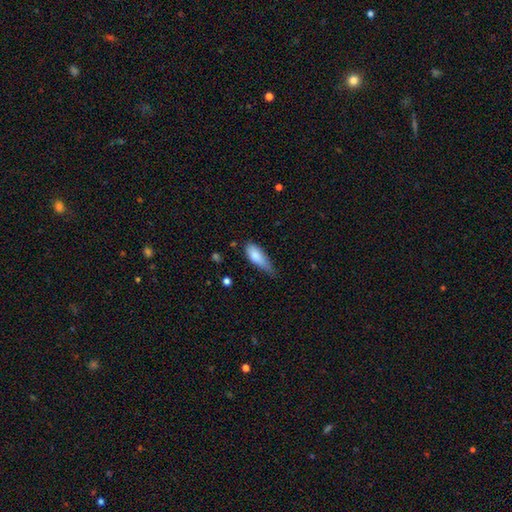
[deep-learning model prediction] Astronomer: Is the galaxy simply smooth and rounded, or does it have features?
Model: smooth — 84%.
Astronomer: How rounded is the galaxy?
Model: in between — 72%.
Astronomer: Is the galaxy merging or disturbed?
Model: minor disturbance — 52% (runner-up: none, 31%).